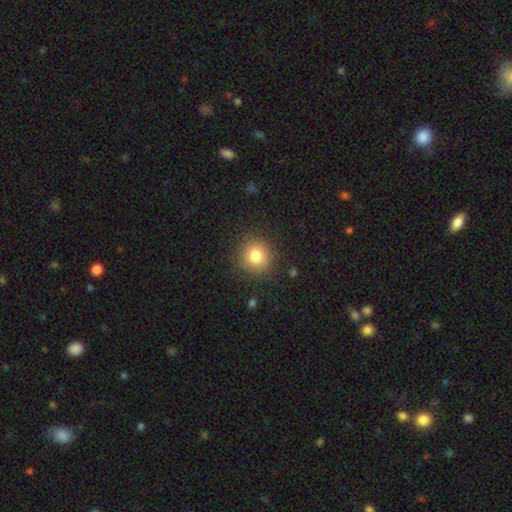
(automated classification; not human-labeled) Smooth or featured?
  - smooth: 80% *
  - star or artifact: 11%
  - featured or disk: 8%
How rounded?
  - round: 91% *
  - in between: 8%
  - cigar-shaped: 1%
Merging?
  - none: 88% *
  - minor disturbance: 8%
  - major disturbance: 3%
  - merger: 1%